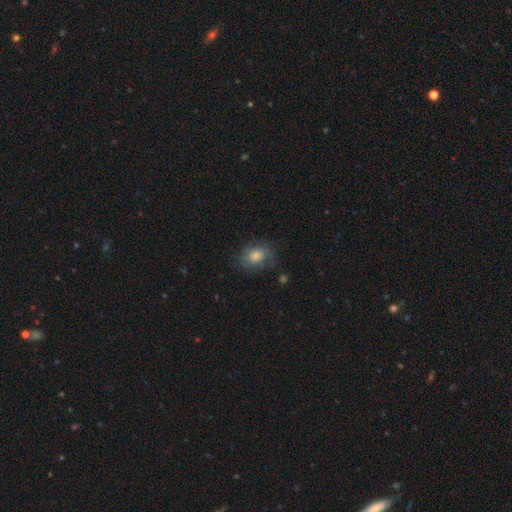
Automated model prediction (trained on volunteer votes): A smooth galaxy with no disk features (53%) that is round (50%).

Vote fractions:
- Smooth or featured? smooth: 53% / featured or disk: 32% / star or artifact: 14%
- How rounded? round: 50% / in between: 48% / cigar-shaped: 1%
- Merging? none: 71% / minor disturbance: 19% / major disturbance: 9% / merger: 2%